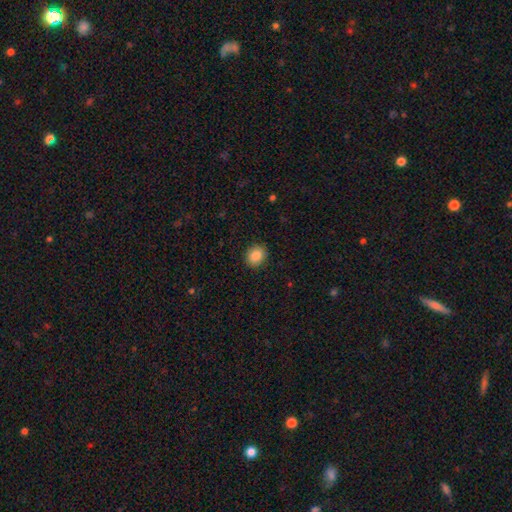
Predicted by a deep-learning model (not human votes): Q: Smooth or featured?
A: smooth (87%); runner-up: star or artifact (9%)
Q: How rounded?
A: round (65%); runner-up: in between (34%)
Q: Merging?
A: none (90%); runner-up: minor disturbance (7%)